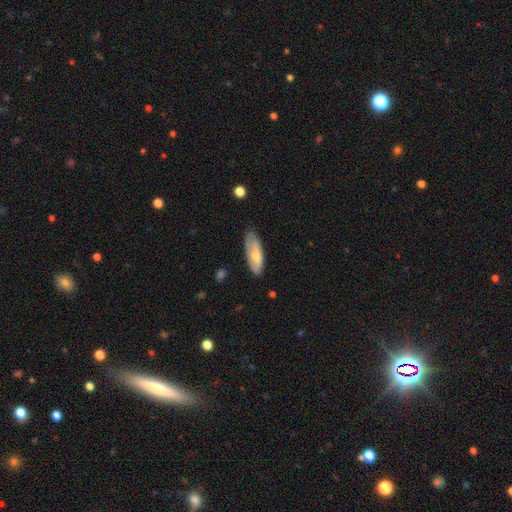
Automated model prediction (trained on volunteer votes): A smooth galaxy with no disk features (60%) that is in between round and cigar-shaped (65%).

Vote fractions:
- Smooth or featured? smooth: 60% / featured or disk: 34% / star or artifact: 6%
- How rounded? in between: 65% / cigar-shaped: 33% / round: 2%
- Merging? none: 70% / minor disturbance: 24% / major disturbance: 5% / merger: 1%